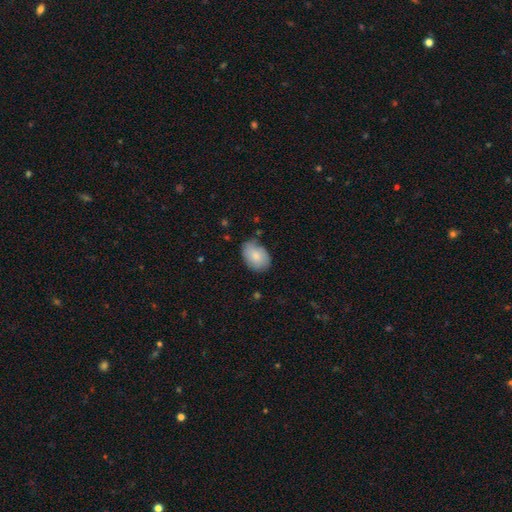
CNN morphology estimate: A smooth galaxy with no disk features (81%) that is in between round and cigar-shaped (85%). Merging: none (73%).